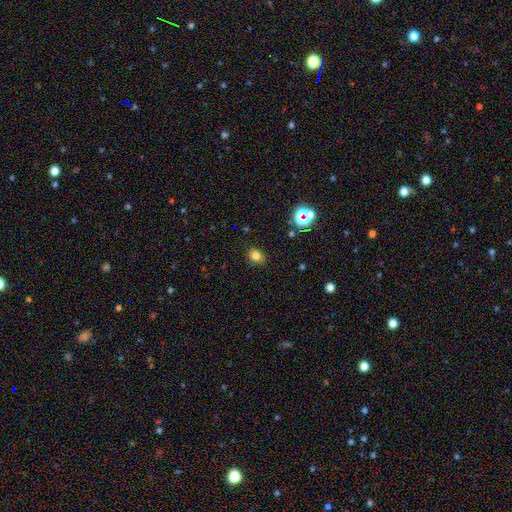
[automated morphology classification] A smooth galaxy with no disk features (77%) that is in between round and cigar-shaped (51%).

Vote fractions:
- Smooth or featured? smooth: 77% / star or artifact: 16% / featured or disk: 7%
- How rounded? in between: 51% / round: 48% / cigar-shaped: 1%
- Merging? none: 82% / minor disturbance: 13% / major disturbance: 3% / merger: 2%